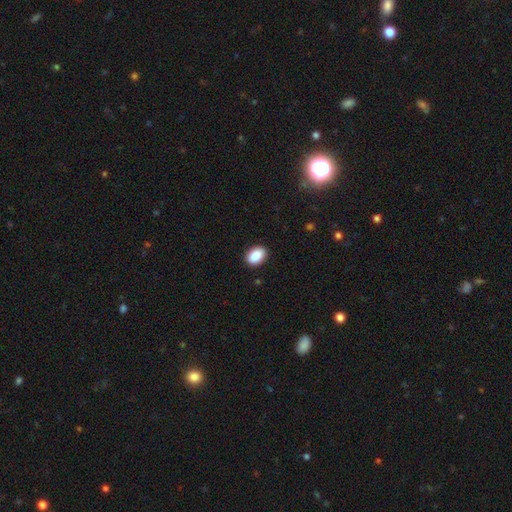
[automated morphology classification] Smooth or featured? Predicted: smooth (p=0.89). How rounded? Predicted: in between (p=0.86). Merging? Predicted: none (p=0.90).